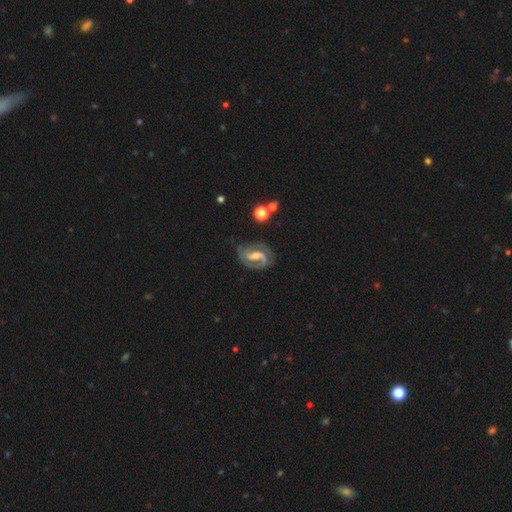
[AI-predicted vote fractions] This appears to be a featured or disk galaxy (89%) with a weak bar (52%), 2 (86%) medium (56%) spiral arms (97%) and a moderate central bulge (50%). Merging: none (71%).